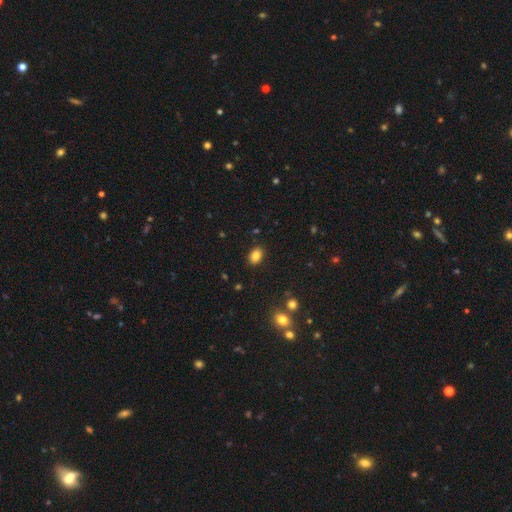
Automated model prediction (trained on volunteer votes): Q: Smooth or featured?
A: smooth (85%); runner-up: star or artifact (10%)
Q: How rounded?
A: in between (81%); runner-up: round (18%)
Q: Merging?
A: none (87%); runner-up: minor disturbance (9%)